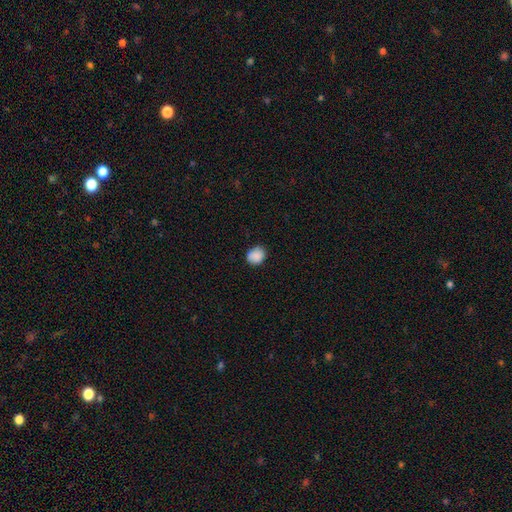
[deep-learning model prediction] Smooth or featured? Predicted: smooth (p=0.88). How rounded? Predicted: round (p=0.71). Merging? Predicted: none (p=0.81).